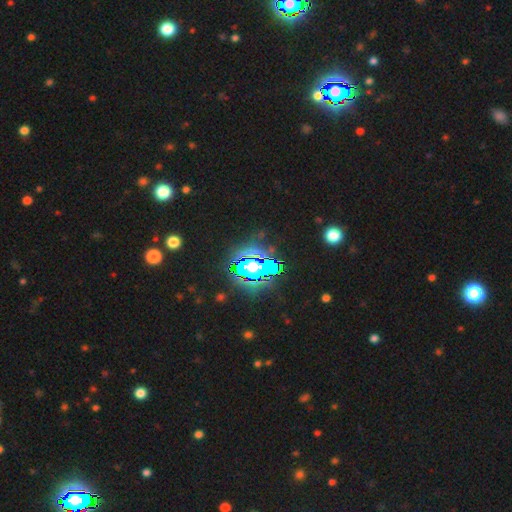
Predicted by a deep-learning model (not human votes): Overall: star or artifact (82%).